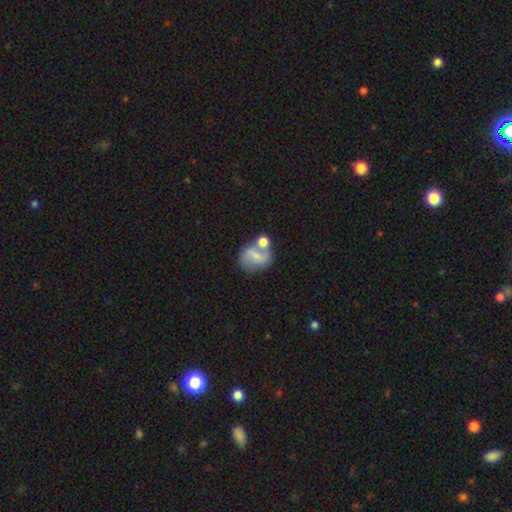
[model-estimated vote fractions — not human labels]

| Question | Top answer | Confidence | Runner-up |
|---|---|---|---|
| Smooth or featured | smooth | 48% | featured or disk (42%) |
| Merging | none | 42% | merger (36%) |